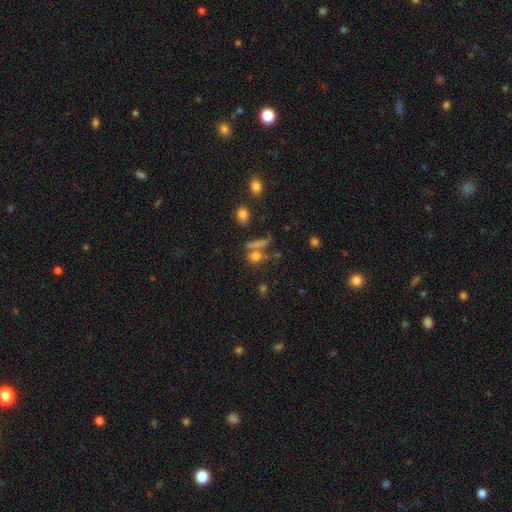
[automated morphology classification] Smooth or featured: smooth — 67% (star or artifact — 18%)
How rounded: round — 46% (in between — 38%)
Merging: none — 49% (merger — 31%)